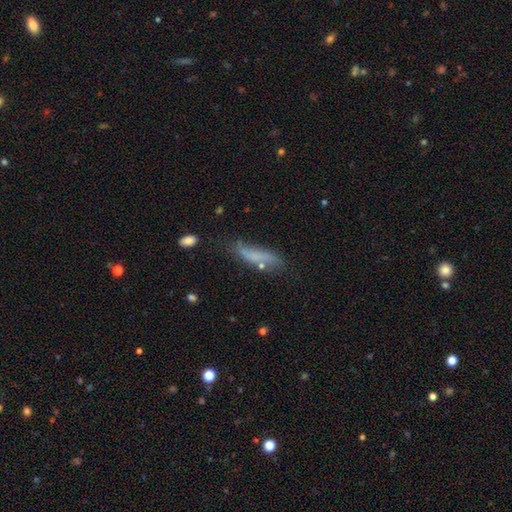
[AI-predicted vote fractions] This appears to be a smooth galaxy with no disk features (56%) that is cigar-shaped (62%). Merging: none (50%).